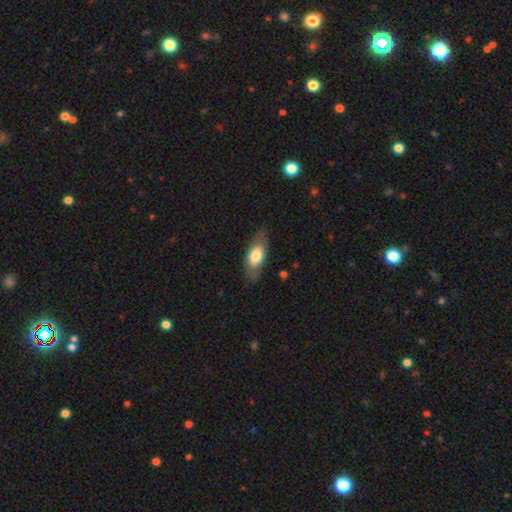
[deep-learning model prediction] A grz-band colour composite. It shows a smooth galaxy with no disk features (64%) that is in between round and cigar-shaped (81%). Merging: none (79%).